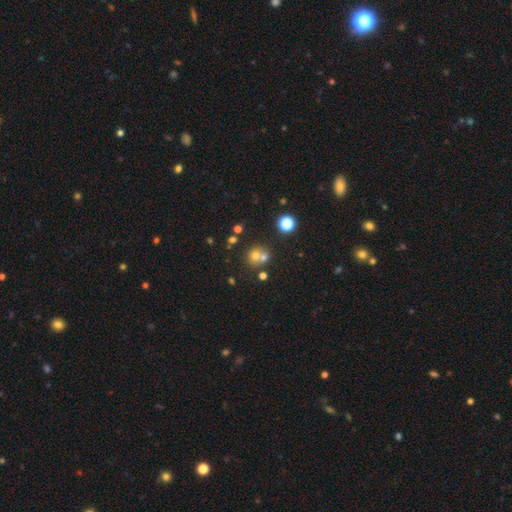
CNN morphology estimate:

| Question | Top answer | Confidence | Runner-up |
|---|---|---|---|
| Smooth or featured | smooth | 63% | featured or disk (19%) |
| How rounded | round | 81% | in between (18%) |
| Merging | merger | 47% | none (42%) |